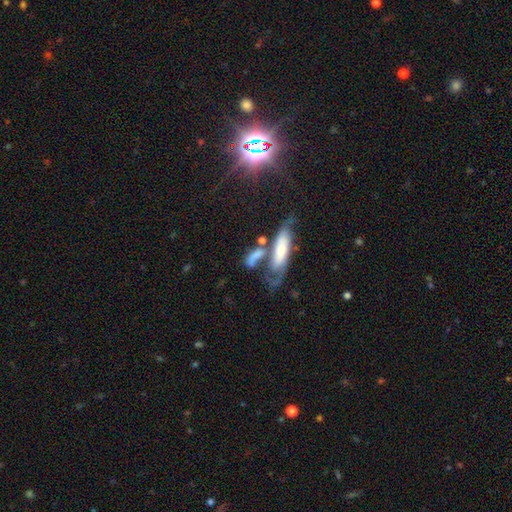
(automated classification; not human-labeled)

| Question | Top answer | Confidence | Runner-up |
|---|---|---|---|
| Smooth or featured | smooth | 58% | featured or disk (32%) |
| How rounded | in between | 57% | cigar-shaped (36%) |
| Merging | merger | 43% | none (26%) |